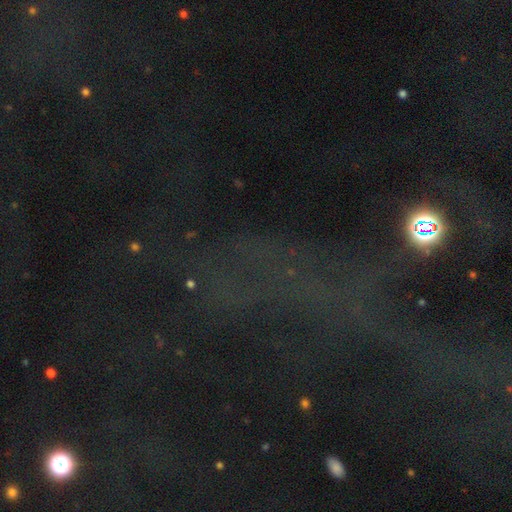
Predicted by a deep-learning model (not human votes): Q: Smooth or featured?
A: star or artifact (72%); runner-up: smooth (16%)